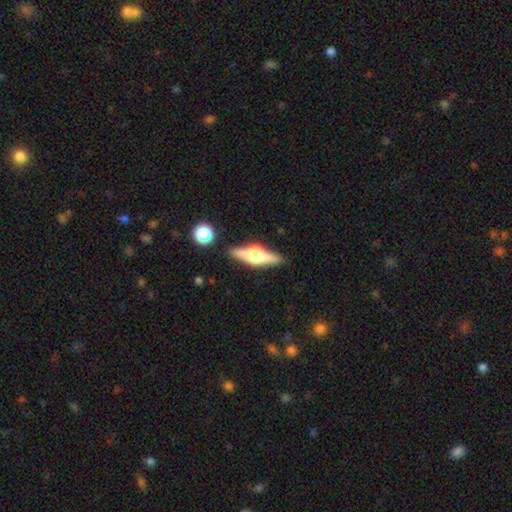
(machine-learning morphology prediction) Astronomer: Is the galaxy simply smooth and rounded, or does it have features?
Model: featured or disk — 69%.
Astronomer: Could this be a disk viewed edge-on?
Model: yes — 96%.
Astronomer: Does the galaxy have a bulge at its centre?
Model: rounded — 95%.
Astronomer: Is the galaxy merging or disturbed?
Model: none — 86%.